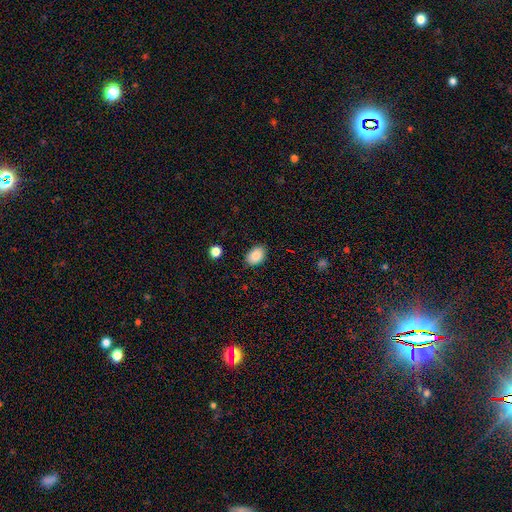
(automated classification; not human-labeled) This is clearly a smooth galaxy (87%). How rounded: clearly in between (84%). Merging: clearly none (85%).